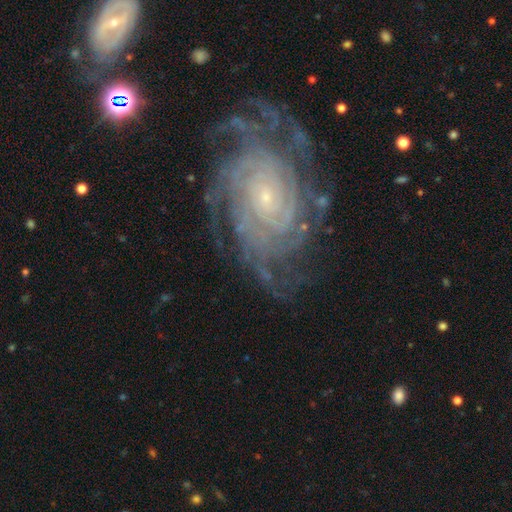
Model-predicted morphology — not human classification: type=featured or disk (89%); edge-on=no (97%); bar=no (73%); spiral arms=yes (98%); winding=tight (78%); arm count=more than 4 (27%); bulge=small (82%); merging=none (75%).